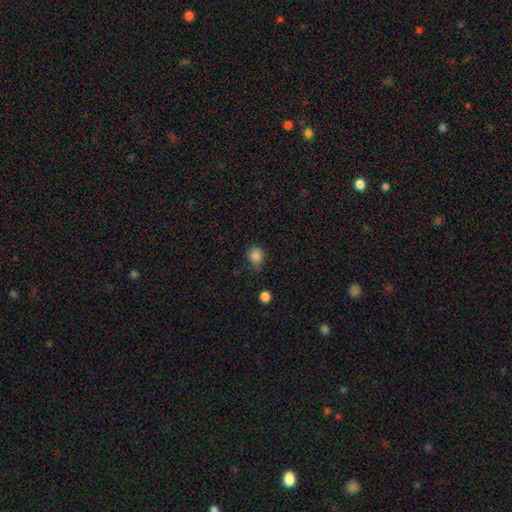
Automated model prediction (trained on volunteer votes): A smooth galaxy with no disk features (85%) that is round (76%).

Vote fractions:
- Smooth or featured? smooth: 85% / star or artifact: 11% / featured or disk: 4%
- How rounded? round: 76% / in between: 23% / cigar-shaped: 1%
- Merging? none: 65% / minor disturbance: 26% / major disturbance: 6% / merger: 3%